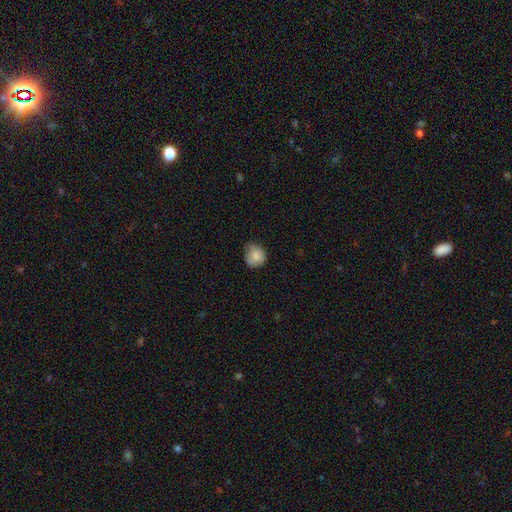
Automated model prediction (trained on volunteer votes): Q: Smooth or featured?
A: smooth (82%); runner-up: featured or disk (10%)
Q: How rounded?
A: round (80%); runner-up: in between (19%)
Q: Merging?
A: none (61%); runner-up: minor disturbance (31%)